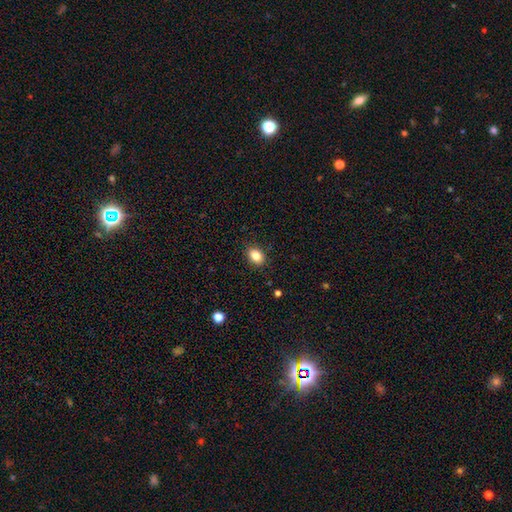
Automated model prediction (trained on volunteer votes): Morphology: type=smooth (85%); roundness=in between (74%); merging=none (87%).